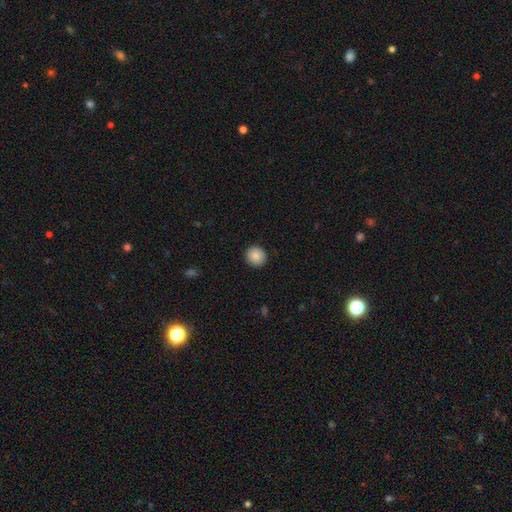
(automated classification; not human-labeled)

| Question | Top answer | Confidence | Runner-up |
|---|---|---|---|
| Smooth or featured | smooth | 87% | star or artifact (8%) |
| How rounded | round | 89% | in between (10%) |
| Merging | none | 92% | minor disturbance (5%) |